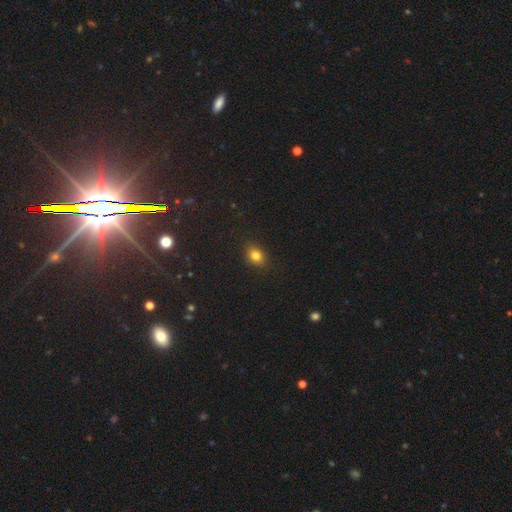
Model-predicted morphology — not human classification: Smooth or featured? smooth (81%)
How rounded? in between (54%)
Merging? none (87%)